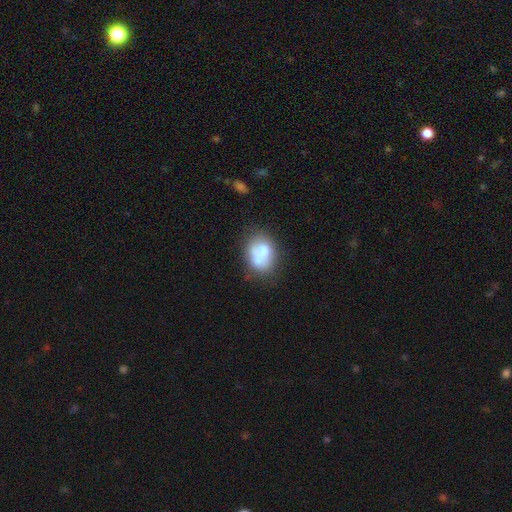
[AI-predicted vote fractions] Smooth or featured: smooth — 66% (featured or disk — 24%)
How rounded: in between — 66% (round — 32%)
Merging: none — 44% (minor disturbance — 23%)